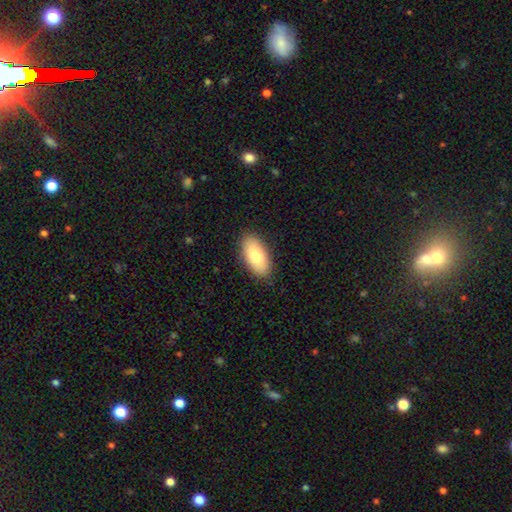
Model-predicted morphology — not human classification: A smooth galaxy with no disk features (78%) that is in between round and cigar-shaped (92%). Merging: none (88%).